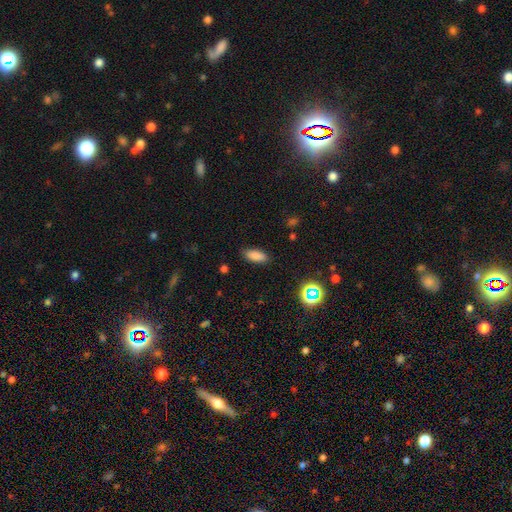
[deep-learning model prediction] This is clearly a smooth galaxy (84%). How rounded: clearly in between (83%). Merging: clearly none (85%).